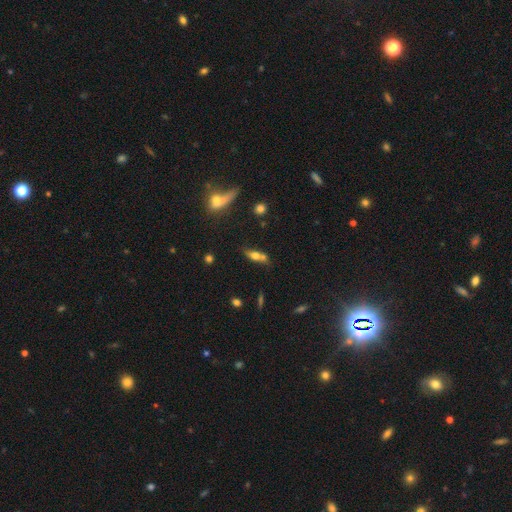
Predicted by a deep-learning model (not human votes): Overall: smooth (54%; featured or disk 34%). How rounded: in between (58%; cigar-shaped 33%). Merging: none (45%; merger 32%).